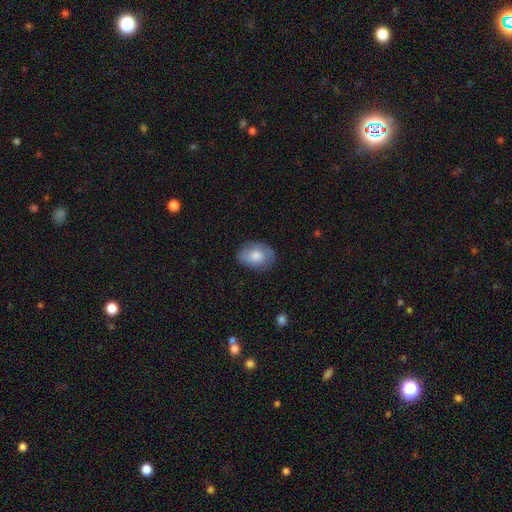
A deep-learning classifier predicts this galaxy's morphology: Smooth or featured? Predicted: smooth (p=0.71). How rounded? Predicted: in between (p=0.74). Merging? Predicted: none (p=0.77).